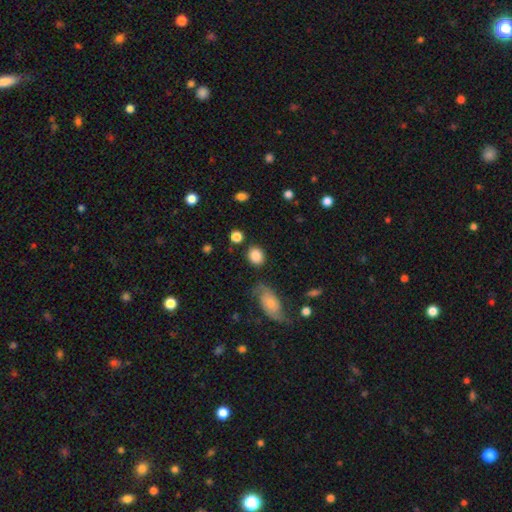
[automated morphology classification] A smooth galaxy with no disk features (85%) that is round (65%).

Vote fractions:
- Smooth or featured? smooth: 85% / star or artifact: 8% / featured or disk: 7%
- How rounded? round: 65% / in between: 33% / cigar-shaped: 1%
- Merging? none: 78% / minor disturbance: 12% / merger: 5% / major disturbance: 5%